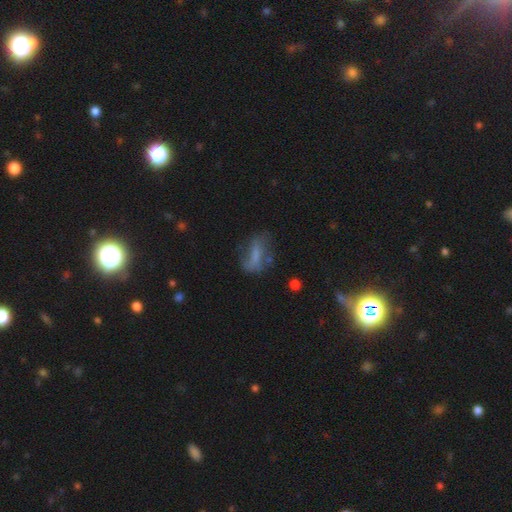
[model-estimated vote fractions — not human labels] Smooth or featured? Predicted: smooth (p=0.50). How rounded? Predicted: in between (p=0.69). Merging? Predicted: none (p=0.46).